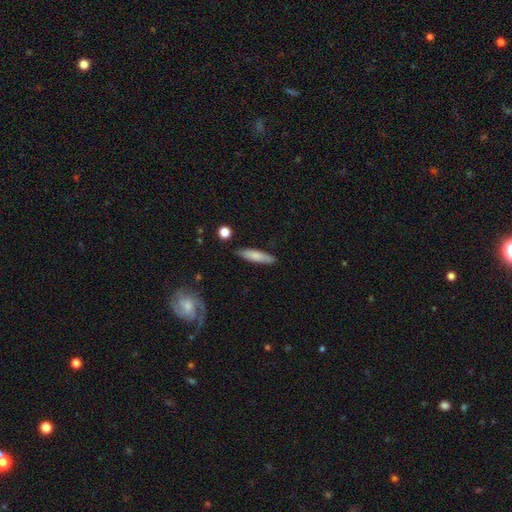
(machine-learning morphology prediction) Smooth or featured? smooth (78%)
How rounded? cigar-shaped (73%)
Merging? none (85%)